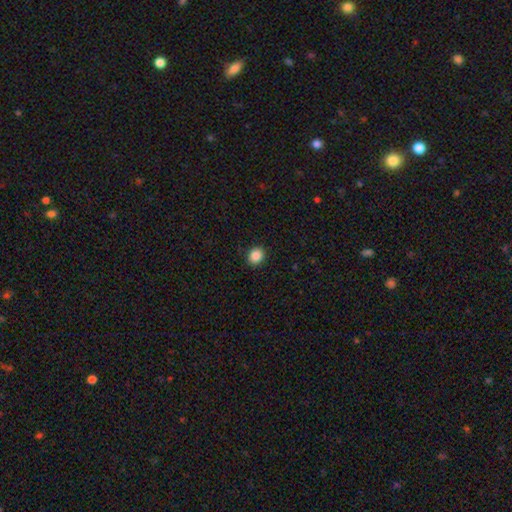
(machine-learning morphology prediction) This is clearly a smooth galaxy (87%). How rounded: likely round (67%). Merging: clearly none (91%).